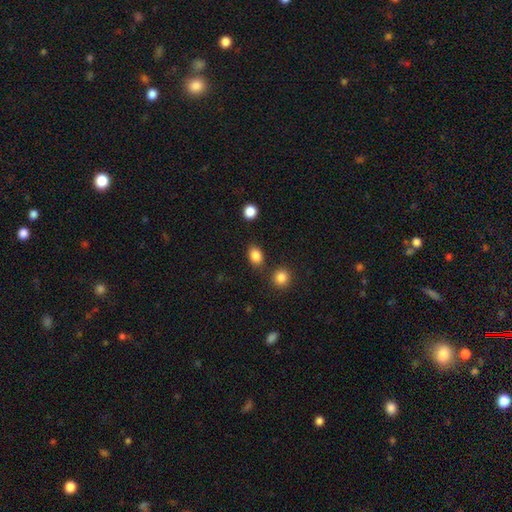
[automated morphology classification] A smooth galaxy with no disk features (85%) that is in between round and cigar-shaped (71%). Merging: none (80%).